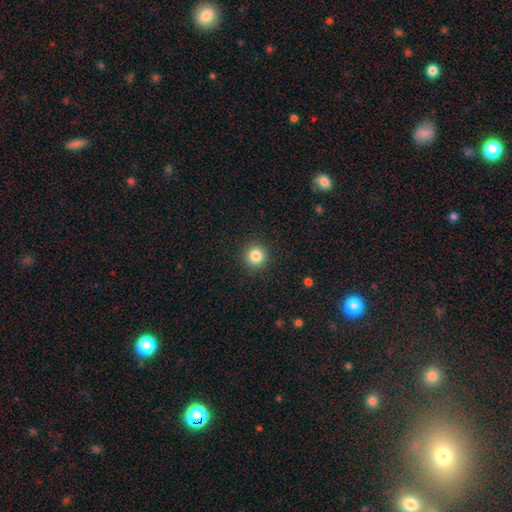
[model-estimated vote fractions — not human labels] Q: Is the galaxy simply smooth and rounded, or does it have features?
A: smooth — 84%.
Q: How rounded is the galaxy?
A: round — 95%.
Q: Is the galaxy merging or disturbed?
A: none — 92%.